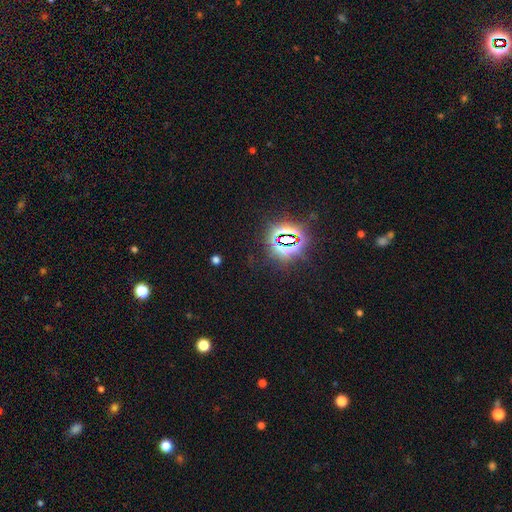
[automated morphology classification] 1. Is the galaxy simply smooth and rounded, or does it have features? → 82% star or artifact, 11% smooth, 7% featured or disk.